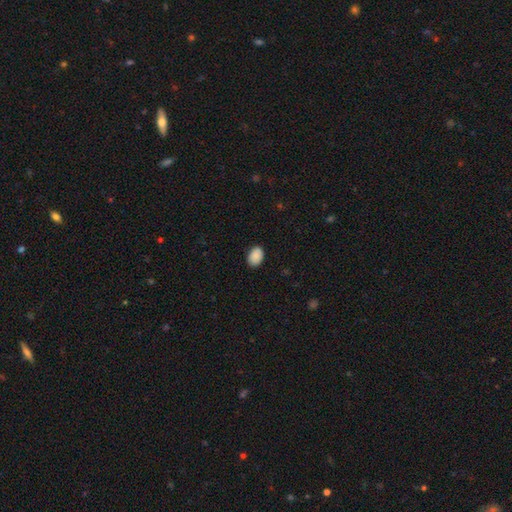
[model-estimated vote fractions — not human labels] This is clearly a smooth galaxy (89%). How rounded: clearly in between (82%). Merging: clearly none (87%).